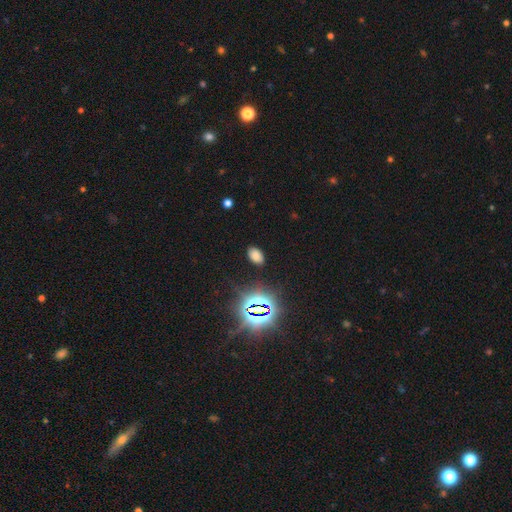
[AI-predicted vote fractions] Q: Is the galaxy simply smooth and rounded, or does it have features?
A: smooth — 68%.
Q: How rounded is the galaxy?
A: in between — 91%.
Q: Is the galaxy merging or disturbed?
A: none — 86%.